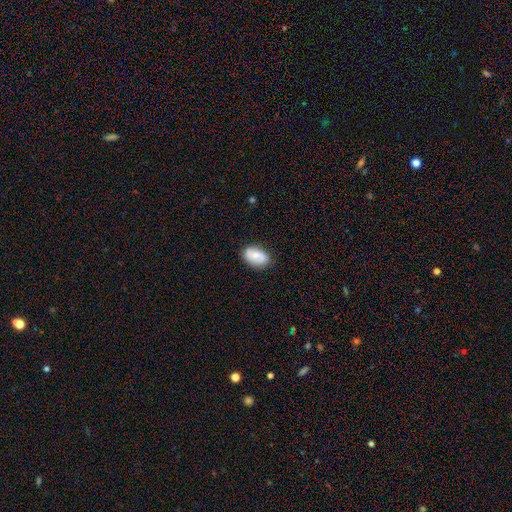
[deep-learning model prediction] A smooth galaxy with no disk features (61%) that is in between round and cigar-shaped (89%).

Vote fractions:
- Smooth or featured? smooth: 61% / featured or disk: 32% / star or artifact: 7%
- How rounded? in between: 89% / round: 9% / cigar-shaped: 2%
- Merging? none: 82% / minor disturbance: 14% / major disturbance: 3% / merger: 1%